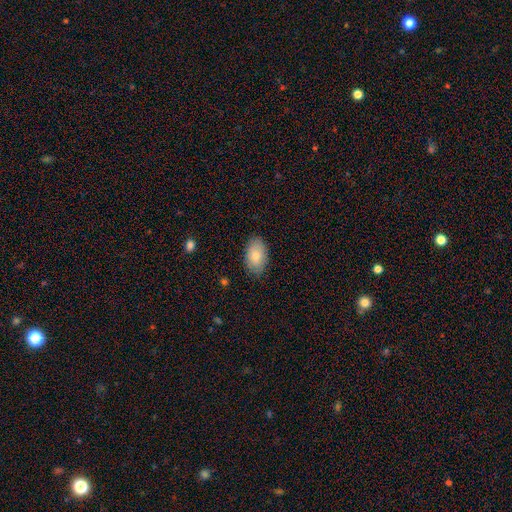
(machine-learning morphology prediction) Smooth or featured: smooth — 78% (featured or disk — 16%)
How rounded: in between — 92% (round — 6%)
Merging: none — 83% (minor disturbance — 13%)